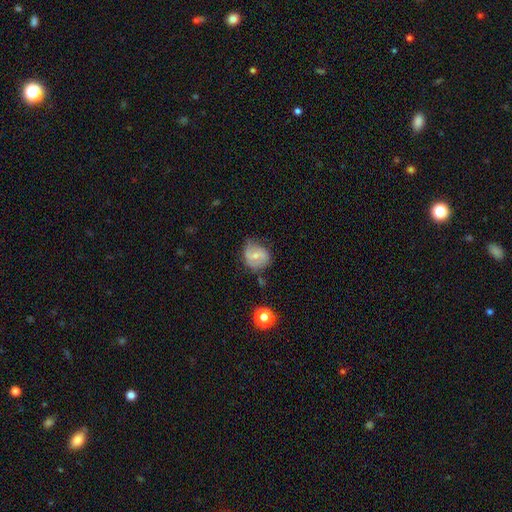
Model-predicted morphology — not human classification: This is possibly a featured or disk galaxy (47%). Merging: possibly none (59%).